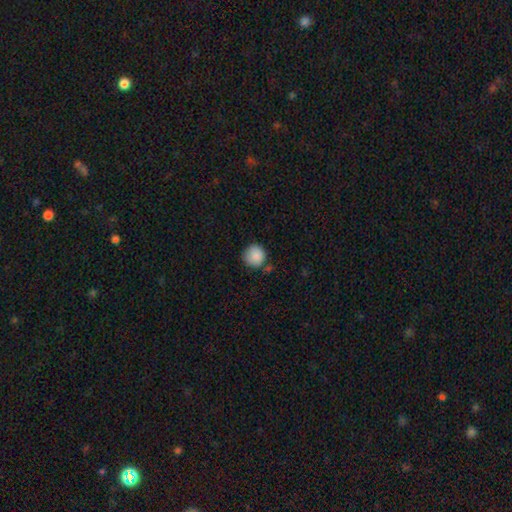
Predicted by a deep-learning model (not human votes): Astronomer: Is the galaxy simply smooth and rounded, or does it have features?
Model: smooth — 88%.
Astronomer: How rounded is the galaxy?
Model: round — 93%.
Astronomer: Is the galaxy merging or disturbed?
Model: none — 75%.